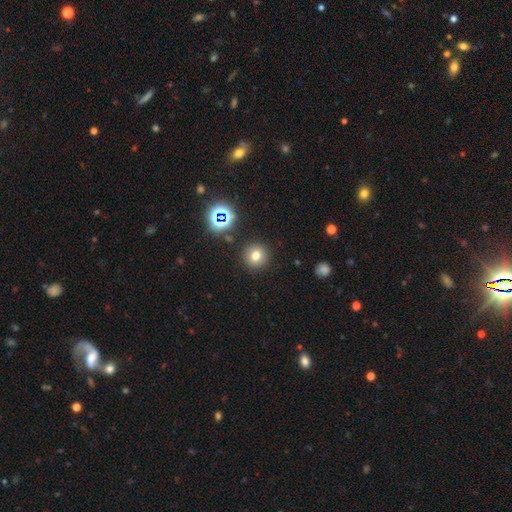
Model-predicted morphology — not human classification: This appears to be a smooth galaxy with no disk features (72%) that is round (93%). Merging: none (89%).